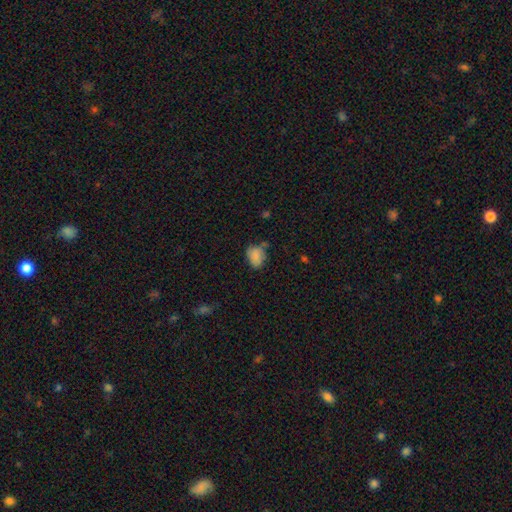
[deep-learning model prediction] Smooth or featured? Predicted: smooth (p=0.83). How rounded? Predicted: in between (p=0.70). Merging? Predicted: none (p=0.58).